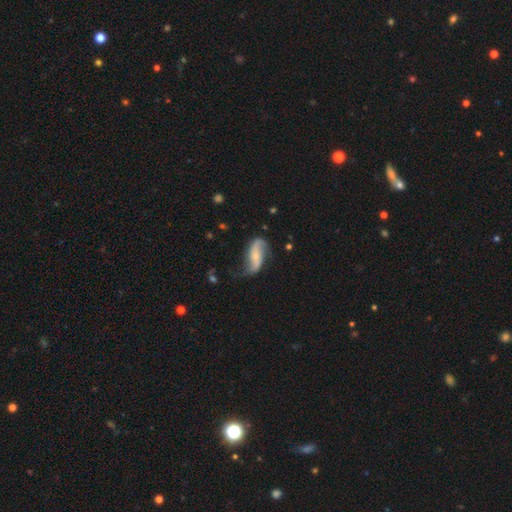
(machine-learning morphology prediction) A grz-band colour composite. It shows a featured or disk galaxy (79%) with no bar (52%), 2 (91%) loose (78%) spiral arms (94%) and a small central bulge (65%). Merging: none (60%).